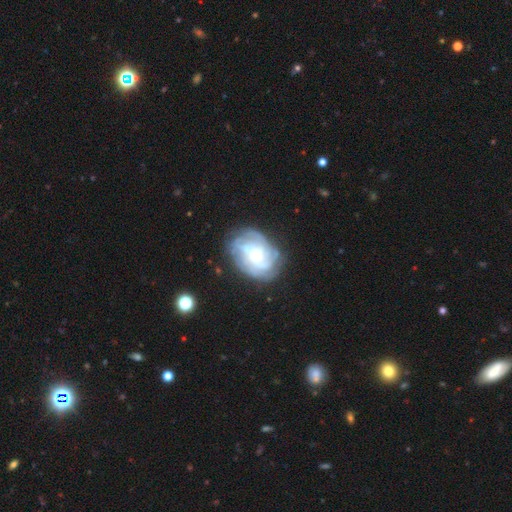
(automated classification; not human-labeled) featured or disk 80%, smooth 14%, star or artifact 6%. Down the decision tree: edge-on disk — no (97%); bar — no (64%); spiral arms — yes (91%); spiral arm count — can't tell (43%); spiral winding — tight (66%); bulge size — small (52%); merging — none (69%).